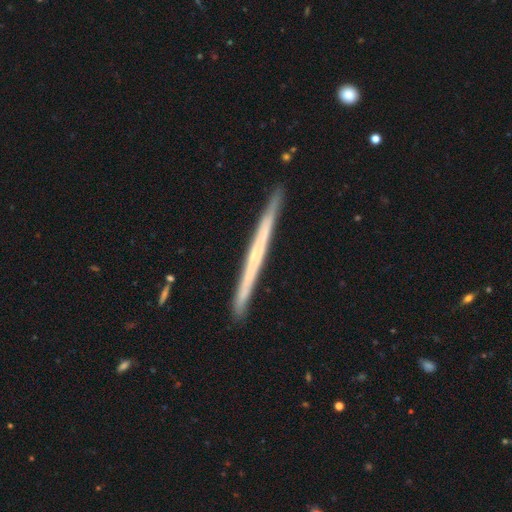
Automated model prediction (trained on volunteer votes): Smooth or featured: featured or disk — 61% (smooth — 33%)
Edge-on disk: yes — 98% (no — 2%)
Edge-on bulge: none — 87% (rounded — 10%)
Merging: none — 90% (minor disturbance — 7%)